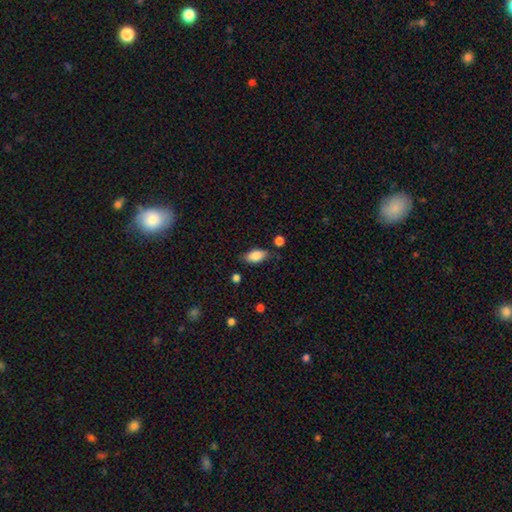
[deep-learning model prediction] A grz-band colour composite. It shows a smooth galaxy with no disk features (86%) that is in between round and cigar-shaped (91%). Merging: none (76%).